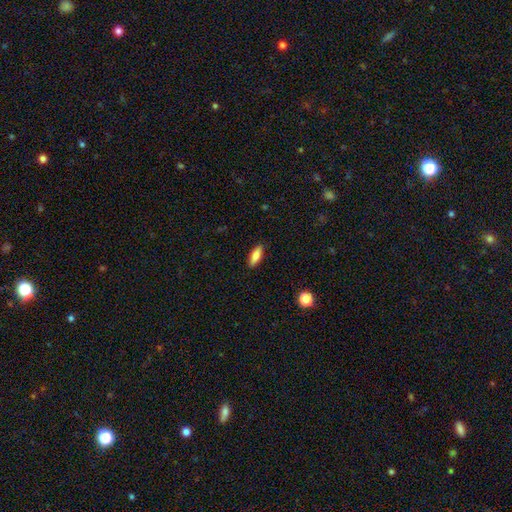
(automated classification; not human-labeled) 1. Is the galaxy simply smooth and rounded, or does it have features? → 78% smooth, 15% featured or disk, 7% star or artifact.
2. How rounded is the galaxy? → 63% in between, 34% cigar-shaped, 2% round.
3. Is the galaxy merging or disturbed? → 88% none, 9% minor disturbance, 2% major disturbance, 1% merger.